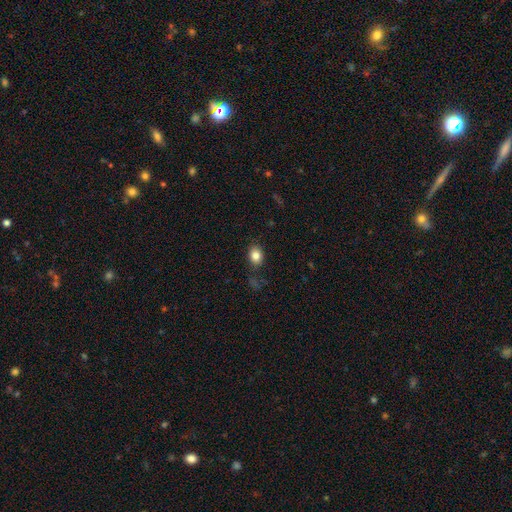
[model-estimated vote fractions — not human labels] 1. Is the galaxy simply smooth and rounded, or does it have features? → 83% smooth, 10% star or artifact, 7% featured or disk.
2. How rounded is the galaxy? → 62% in between, 37% round, 1% cigar-shaped.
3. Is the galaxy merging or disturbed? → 79% none, 15% minor disturbance, 4% major disturbance, 2% merger.